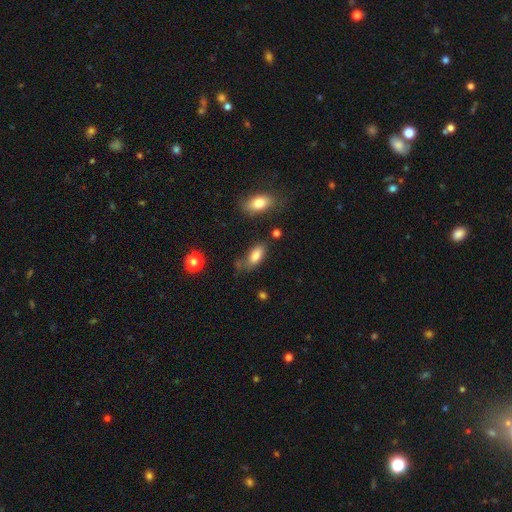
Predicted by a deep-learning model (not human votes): Morphology: type=smooth (80%); roundness=in between (88%); merging=none (53%).